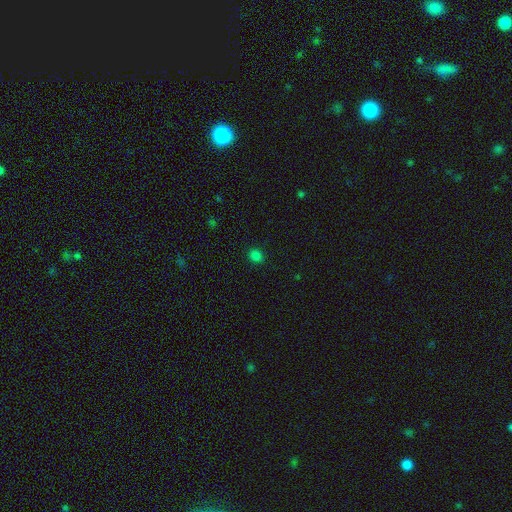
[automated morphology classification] smooth-or-featured: smooth: 81% | star or artifact: 16% | featured or disk: 3%
  how-rounded: round: 56% | in between: 42% | cigar-shaped: 1%
  merging: none: 89% | minor disturbance: 7% | major disturbance: 2% | merger: 1%